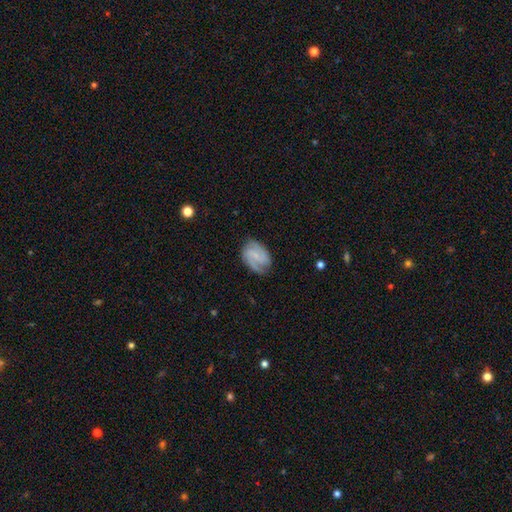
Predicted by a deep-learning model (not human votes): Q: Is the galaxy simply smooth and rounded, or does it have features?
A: featured or disk — 72%.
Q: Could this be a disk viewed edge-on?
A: no — 97%.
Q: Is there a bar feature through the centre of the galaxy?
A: weak — 49%.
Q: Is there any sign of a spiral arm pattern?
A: yes — 95%.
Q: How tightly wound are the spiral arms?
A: medium — 47%.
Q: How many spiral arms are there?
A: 2 — 75%.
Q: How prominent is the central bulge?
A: small — 51%.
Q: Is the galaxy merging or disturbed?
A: none — 77%.